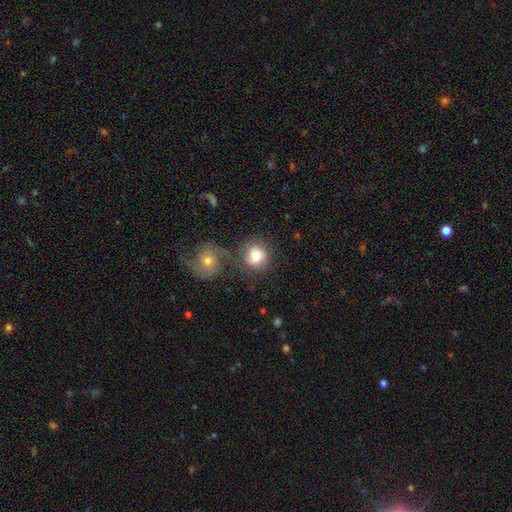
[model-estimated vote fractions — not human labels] smooth_or_featured: smooth (p=0.75) [alt: featured or disk p=0.17]
how_rounded: round (p=0.81) [alt: in between p=0.18]
merging: none (p=0.55) [alt: merger p=0.23]